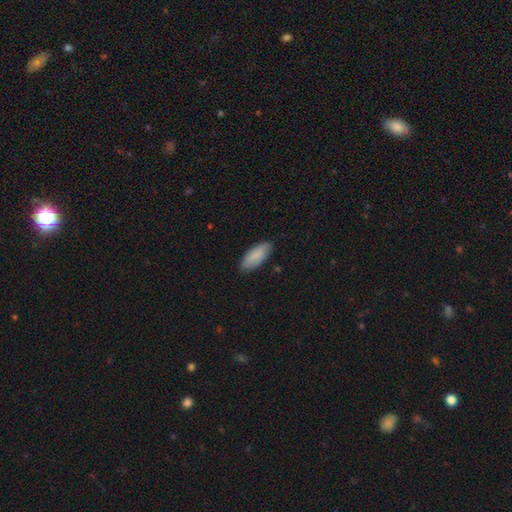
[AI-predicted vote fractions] smooth_or_featured: smooth (p=0.87) [alt: featured or disk p=0.07]
how_rounded: in between (p=0.80) [alt: cigar-shaped p=0.18]
merging: none (p=0.82) [alt: minor disturbance p=0.14]